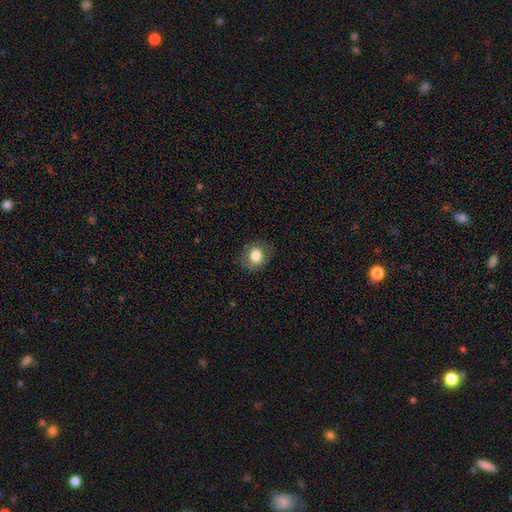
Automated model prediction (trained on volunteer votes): A smooth galaxy with no disk features (79%) that is round (62%). Merging: none (82%).